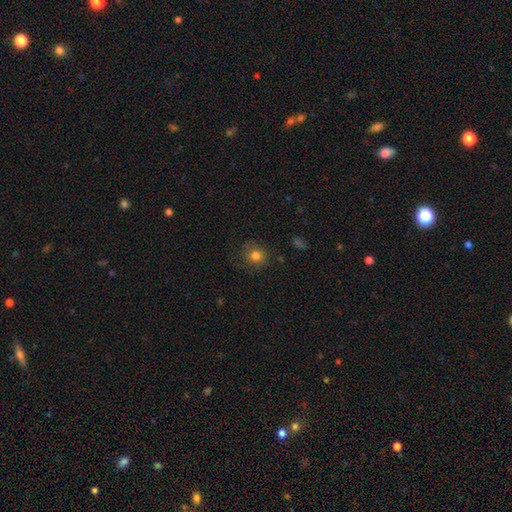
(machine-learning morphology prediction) Smooth or featured: smooth — 79% (star or artifact — 13%)
How rounded: round — 86% (in between — 13%)
Merging: none — 81% (minor disturbance — 14%)